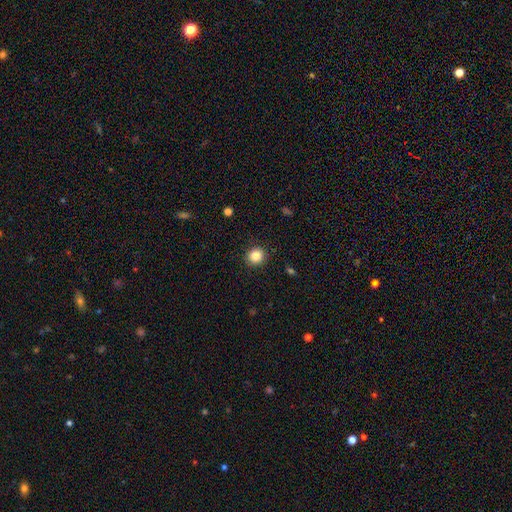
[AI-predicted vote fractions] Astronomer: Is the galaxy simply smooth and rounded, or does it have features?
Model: smooth — 85%.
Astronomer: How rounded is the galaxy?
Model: round — 90%.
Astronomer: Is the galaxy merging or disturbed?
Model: none — 91%.